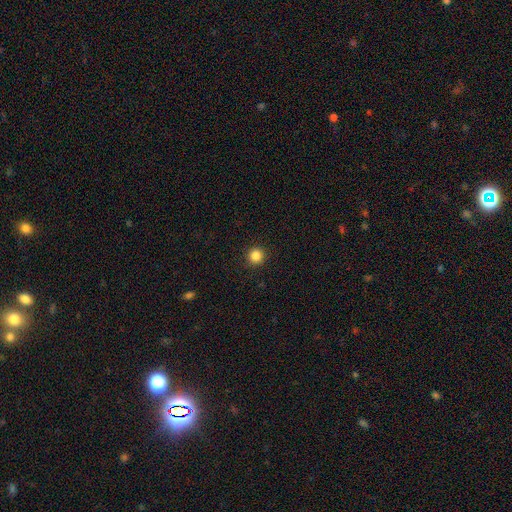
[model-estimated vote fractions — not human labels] Smooth or featured: smooth — 86% (star or artifact — 11%)
How rounded: round — 95% (in between — 4%)
Merging: none — 92% (minor disturbance — 5%)